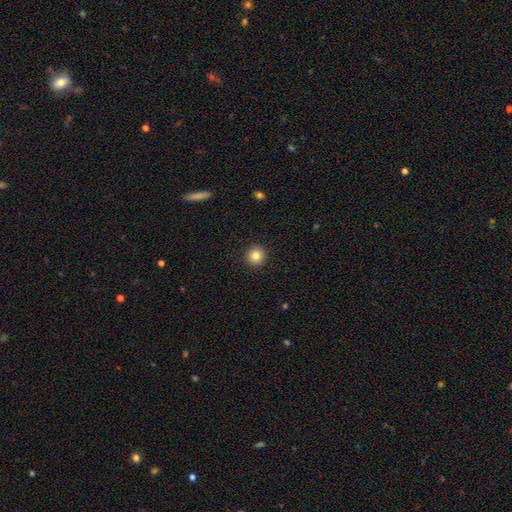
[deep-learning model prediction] Overall: smooth (84%). How rounded: round (95%). Merging: none (93%).